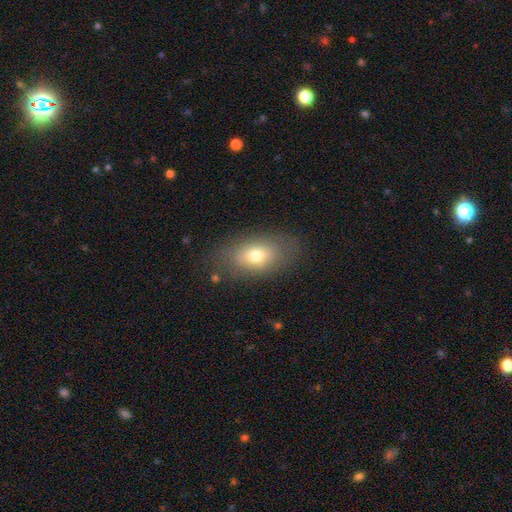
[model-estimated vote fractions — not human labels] Smooth or featured?
  - smooth: 72% *
  - featured or disk: 18%
  - star or artifact: 10%
How rounded?
  - in between: 86% *
  - round: 11%
  - cigar-shaped: 3%
Merging?
  - none: 79% *
  - minor disturbance: 13%
  - major disturbance: 6%
  - merger: 1%